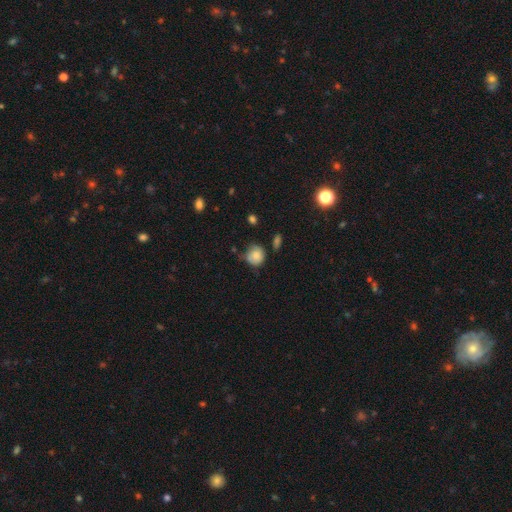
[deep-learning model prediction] smooth-or-featured: smooth: 75% | featured or disk: 16% | star or artifact: 9%
  how-rounded: round: 82% | in between: 17% | cigar-shaped: 1%
  merging: none: 50% | minor disturbance: 36% | major disturbance: 9% | merger: 4%